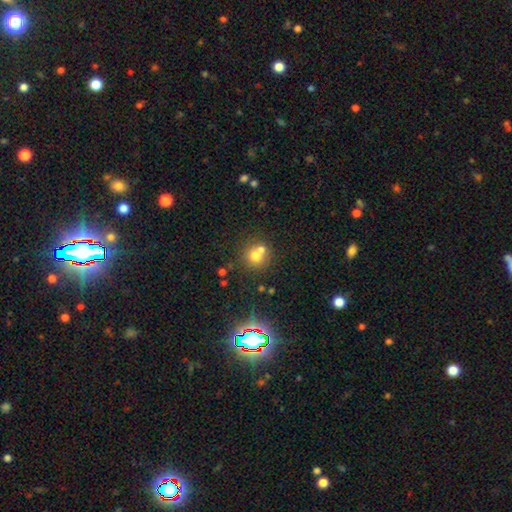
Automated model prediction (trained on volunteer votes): smooth_or_featured: smooth (p=0.67) [alt: star or artifact p=0.17]
how_rounded: round (p=0.88) [alt: in between p=0.11]
merging: none (p=0.49) [alt: merger p=0.40]